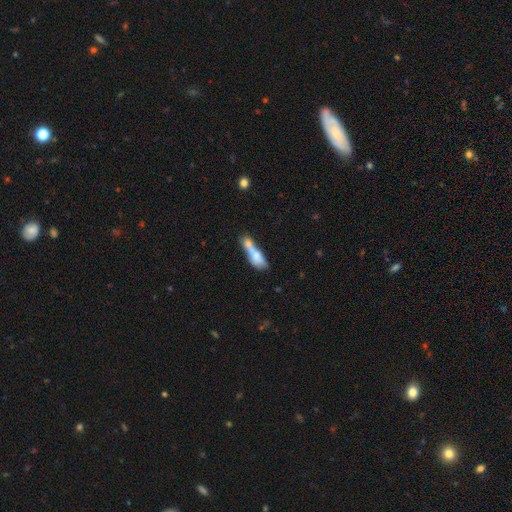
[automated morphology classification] smooth 65%, featured or disk 28%, star or artifact 8%. Down the decision tree: how rounded — in between (49%); merging — merger (57%).